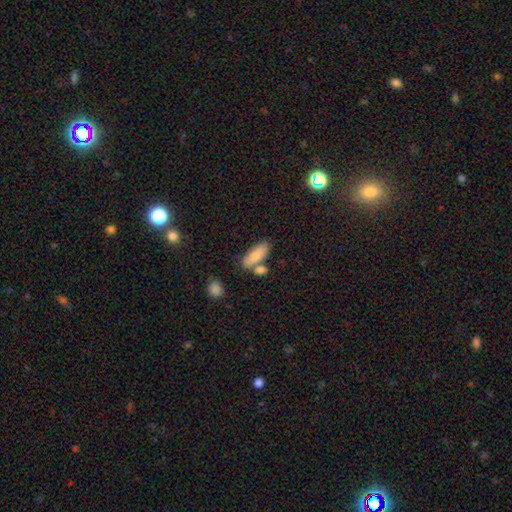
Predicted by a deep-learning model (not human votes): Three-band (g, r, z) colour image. It shows a smooth galaxy with no disk features (83%) that is in between round and cigar-shaped (79%). Merging: none (57%).